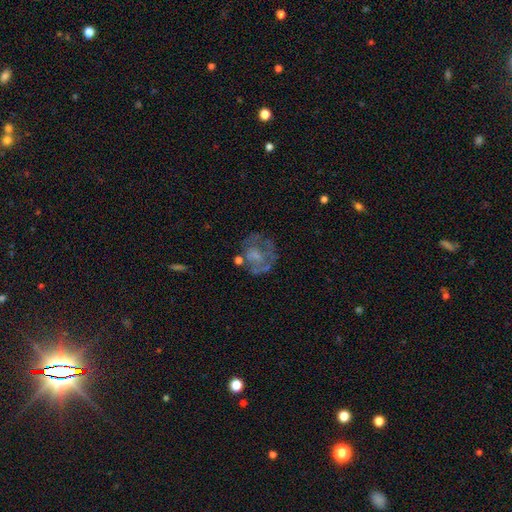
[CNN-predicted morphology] This appears to be a featured or disk galaxy (55%) with no bar (73%), no spiral arms (68%) and no central bulge (49%). Merging: none (45%).